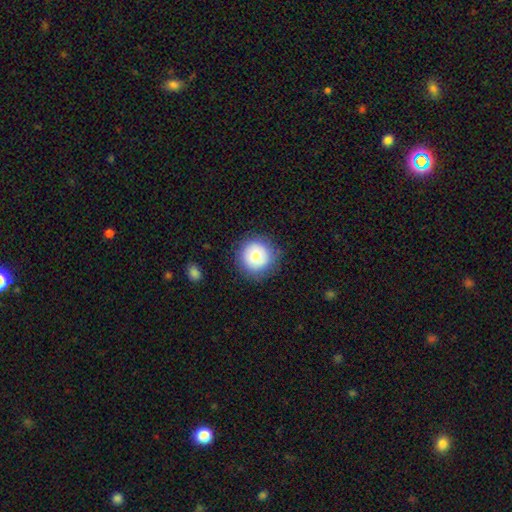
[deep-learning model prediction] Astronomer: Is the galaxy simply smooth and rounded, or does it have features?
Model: smooth — 71%.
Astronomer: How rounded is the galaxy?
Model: round — 94%.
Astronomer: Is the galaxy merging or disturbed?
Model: none — 85%.